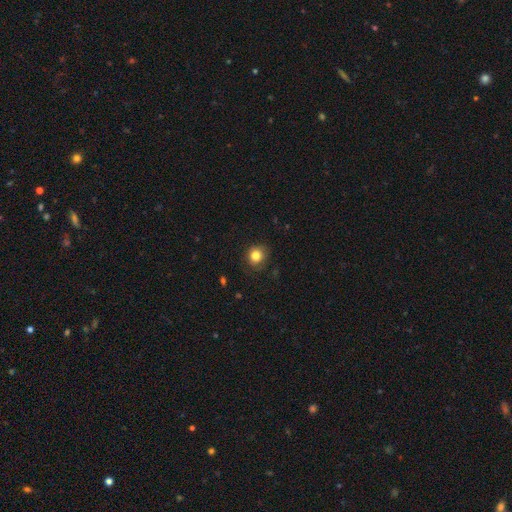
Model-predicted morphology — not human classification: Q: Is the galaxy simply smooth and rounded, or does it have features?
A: smooth — 82%.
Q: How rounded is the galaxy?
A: round — 87%.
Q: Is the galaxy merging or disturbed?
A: none — 82%.